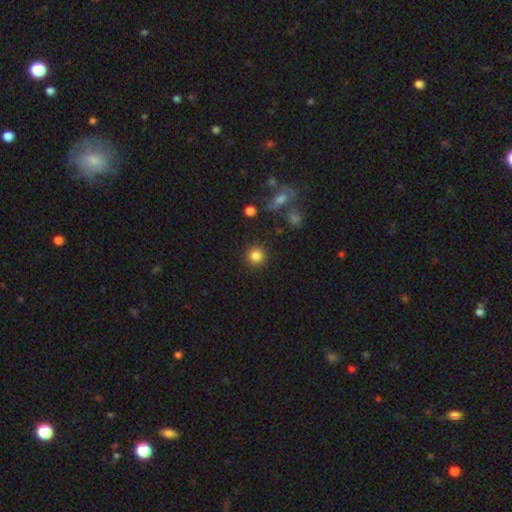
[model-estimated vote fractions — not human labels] Smooth or featured?
  - smooth: 84% *
  - star or artifact: 11%
  - featured or disk: 5%
How rounded?
  - round: 94% *
  - in between: 5%
  - cigar-shaped: 1%
Merging?
  - none: 89% *
  - minor disturbance: 6%
  - major disturbance: 3%
  - merger: 2%